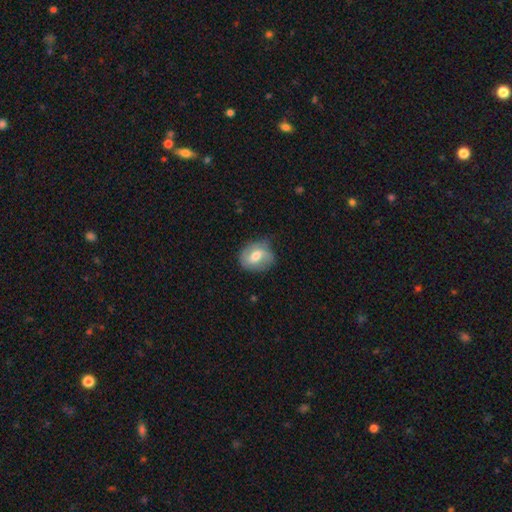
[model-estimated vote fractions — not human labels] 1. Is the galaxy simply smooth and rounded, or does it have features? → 47% featured or disk, 46% smooth, 7% star or artifact.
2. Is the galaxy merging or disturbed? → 68% none, 24% minor disturbance, 7% major disturbance, 1% merger.